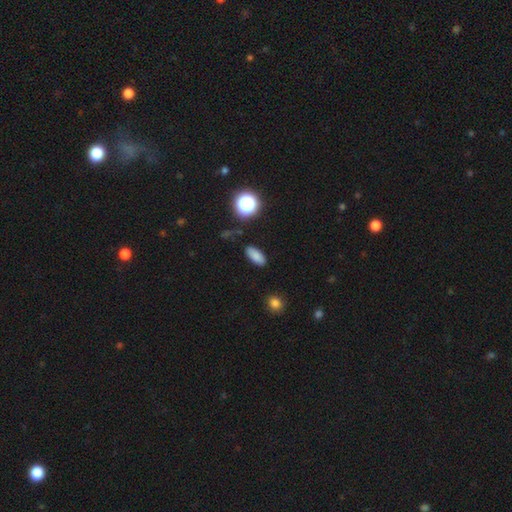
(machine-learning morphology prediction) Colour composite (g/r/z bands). It shows a smooth galaxy with no disk features (81%) that is in between round and cigar-shaped (83%). Merging: none (86%).